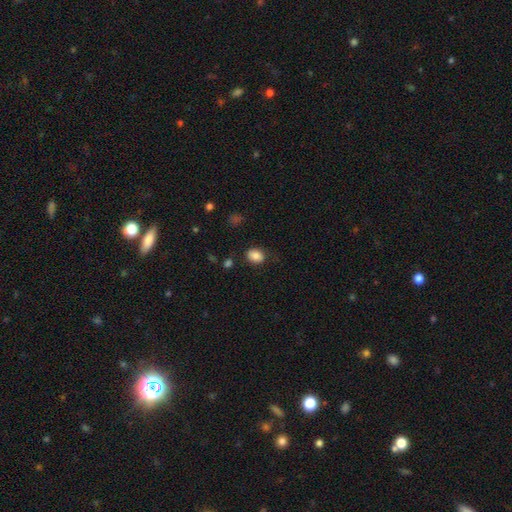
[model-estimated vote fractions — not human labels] Smooth or featured? smooth (84%)
How rounded? in between (66%)
Merging? none (76%)